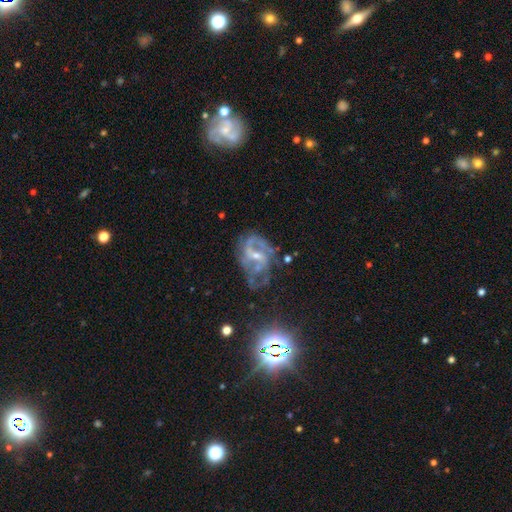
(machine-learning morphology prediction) This is likely a featured or disk galaxy (79%). It is clearly not viewed edge-on (97%). Bar: possibly weak (48%). Spiral arm pattern: clearly yes (83%). Spiral arm count: possibly 2 (54%). Spiral winding: possibly medium (46%). Central bulge: likely small (60%). Merging: possibly none (46%).